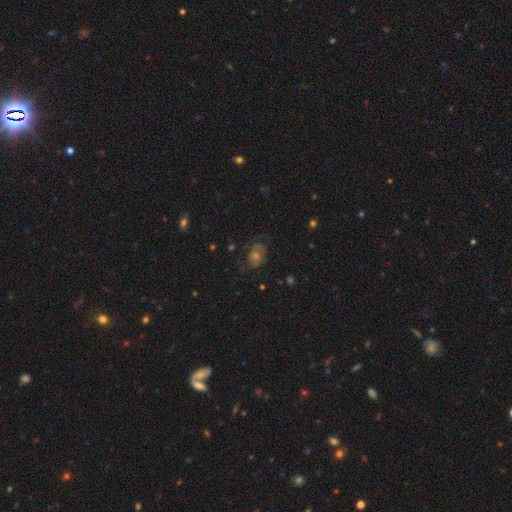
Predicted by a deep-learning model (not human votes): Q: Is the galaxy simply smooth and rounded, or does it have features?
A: featured or disk — 42%.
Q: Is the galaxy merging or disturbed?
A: none — 68%.